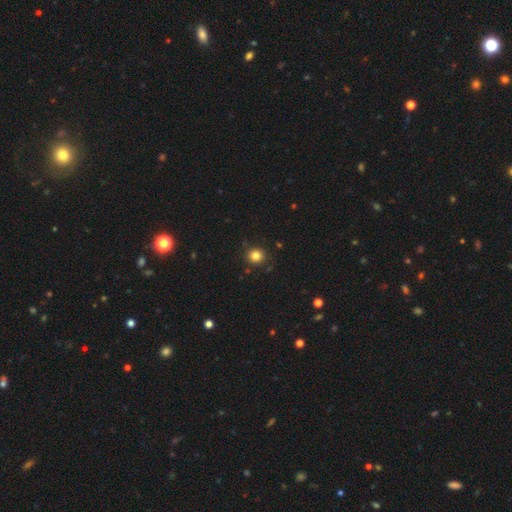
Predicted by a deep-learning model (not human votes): Smooth or featured: smooth — 82% (star or artifact — 13%)
How rounded: round — 91% (in between — 8%)
Merging: none — 89% (minor disturbance — 7%)